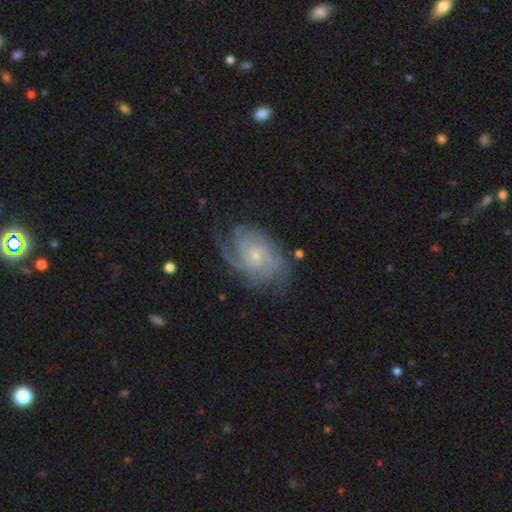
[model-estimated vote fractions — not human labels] Overall: featured or disk (84%). Edge-on disk: no (97%). Bar: no (70%). Spiral arms: yes (95%). Spiral arm count: can't tell (32%; 3 22%). Spiral winding: tight (50%; medium 37%). Bulge size: small (66%; moderate 29%). Merging: none (64%).